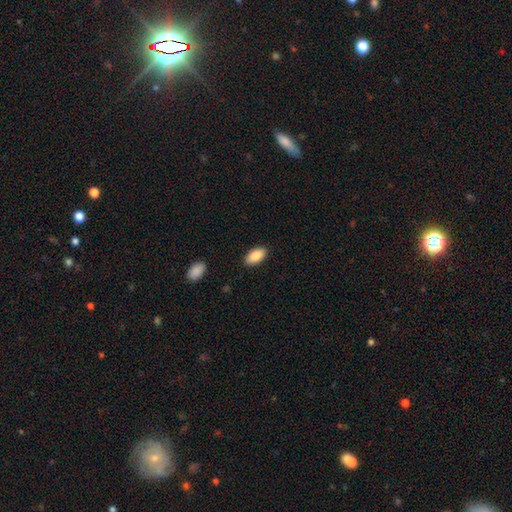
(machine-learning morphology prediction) Smooth or featured? smooth (88%)
How rounded? in between (94%)
Merging? none (88%)